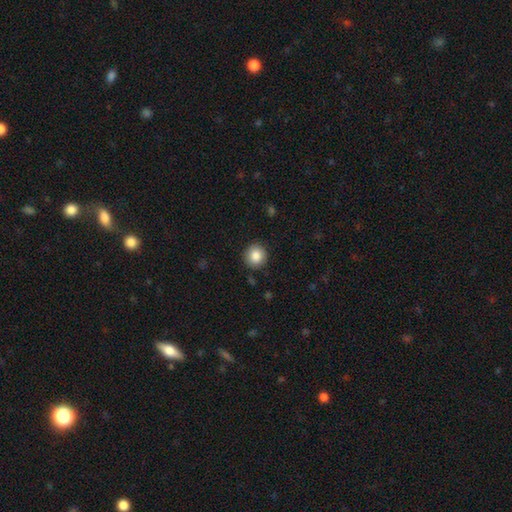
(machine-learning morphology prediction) type=smooth (86%); roundness=round (94%); merging=none (90%).